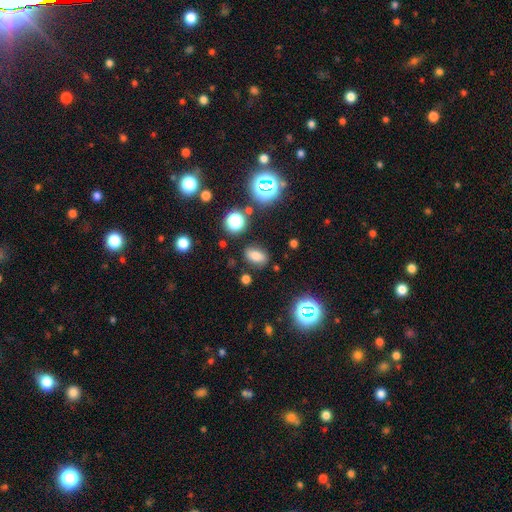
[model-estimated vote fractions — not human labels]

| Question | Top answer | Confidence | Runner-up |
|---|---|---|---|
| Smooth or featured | smooth | 70% | star or artifact (19%) |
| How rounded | in between | 83% | round (15%) |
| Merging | none | 81% | minor disturbance (13%) |